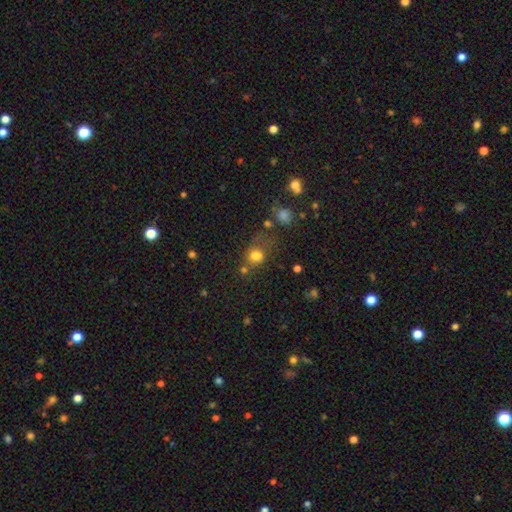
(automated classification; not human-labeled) This appears to be a smooth galaxy with no disk features (75%) that is round (65%). Merging: none (45%).